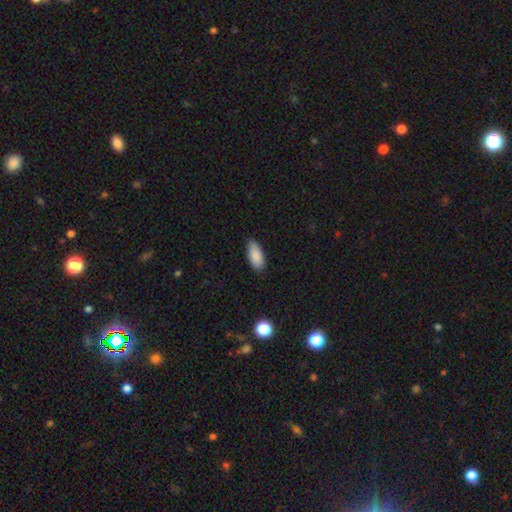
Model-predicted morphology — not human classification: A smooth galaxy with no disk features (89%) that is in between round and cigar-shaped (87%).

Vote fractions:
- Smooth or featured? smooth: 89% / star or artifact: 7% / featured or disk: 5%
- How rounded? in between: 87% / cigar-shaped: 11% / round: 2%
- Merging? none: 83% / minor disturbance: 14% / major disturbance: 2% / merger: 1%